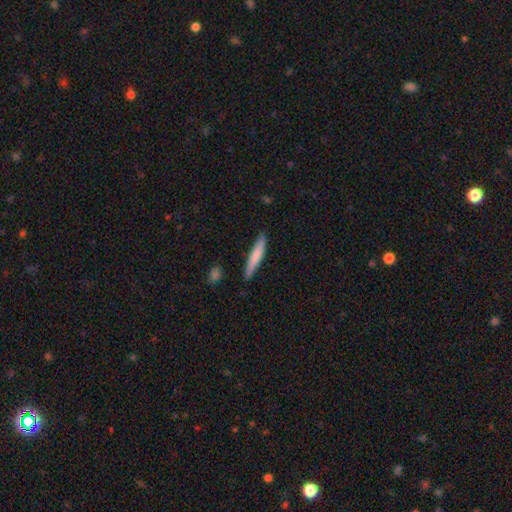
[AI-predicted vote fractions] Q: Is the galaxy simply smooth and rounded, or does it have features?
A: smooth — 76%.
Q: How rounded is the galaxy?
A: cigar-shaped — 92%.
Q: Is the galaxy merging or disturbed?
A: none — 86%.